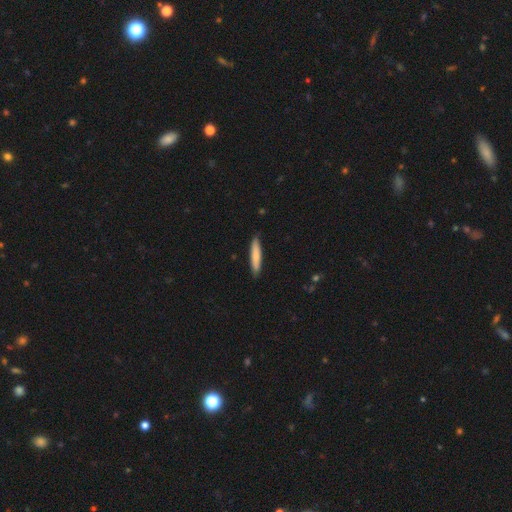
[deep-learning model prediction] Smooth or featured?
  - smooth: 76% *
  - featured or disk: 19%
  - star or artifact: 5%
How rounded?
  - cigar-shaped: 89% *
  - in between: 10%
  - round: 1%
Merging?
  - none: 88% *
  - minor disturbance: 10%
  - major disturbance: 1%
  - merger: 1%